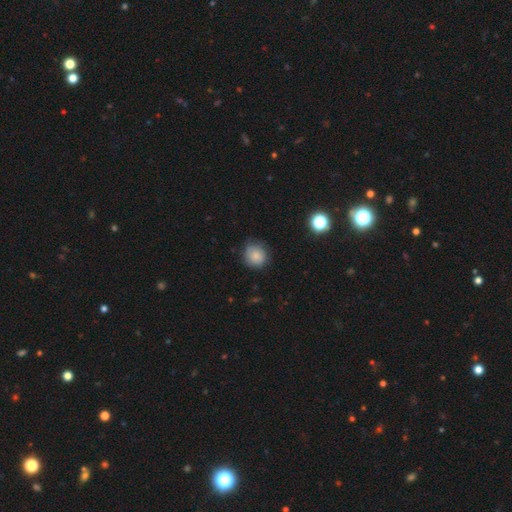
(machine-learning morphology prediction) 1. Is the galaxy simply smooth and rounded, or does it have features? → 82% smooth, 9% star or artifact, 9% featured or disk.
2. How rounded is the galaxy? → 87% round, 12% in between, 1% cigar-shaped.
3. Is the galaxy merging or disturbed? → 74% none, 20% minor disturbance, 4% major disturbance, 1% merger.